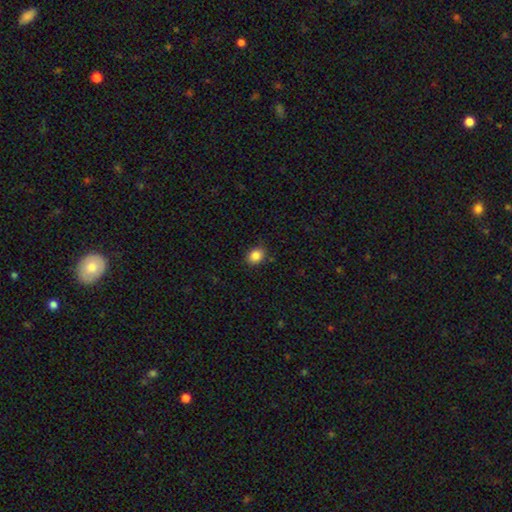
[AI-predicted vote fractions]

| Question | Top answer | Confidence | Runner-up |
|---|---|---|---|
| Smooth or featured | smooth | 86% | star or artifact (10%) |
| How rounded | in between | 55% | round (45%) |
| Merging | none | 85% | minor disturbance (12%) |